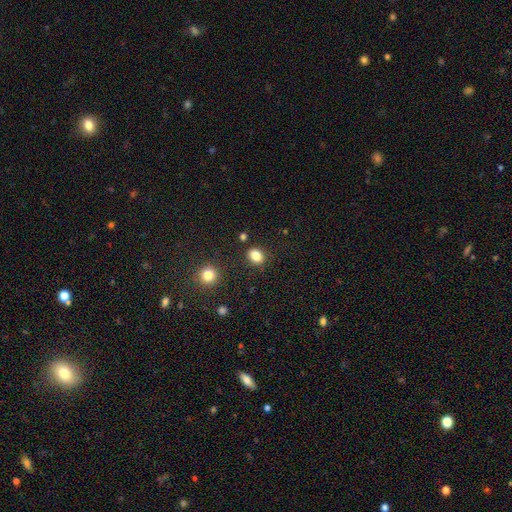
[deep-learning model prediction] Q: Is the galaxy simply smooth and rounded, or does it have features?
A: smooth — 84%.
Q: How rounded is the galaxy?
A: in between — 54%.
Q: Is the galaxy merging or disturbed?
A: none — 84%.